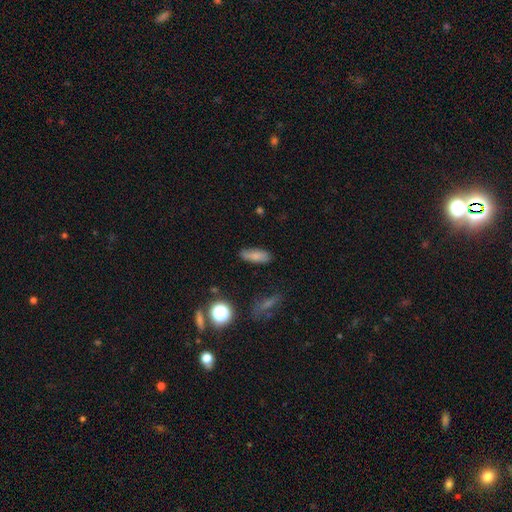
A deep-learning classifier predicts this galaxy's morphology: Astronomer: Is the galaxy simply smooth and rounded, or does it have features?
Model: smooth — 78%.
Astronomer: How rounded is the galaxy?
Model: in between — 69%.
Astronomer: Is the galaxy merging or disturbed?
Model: none — 79%.